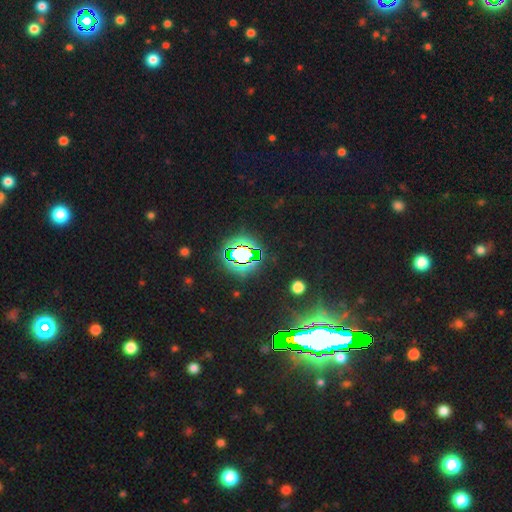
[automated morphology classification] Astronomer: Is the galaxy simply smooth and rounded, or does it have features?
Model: star or artifact — 83%.